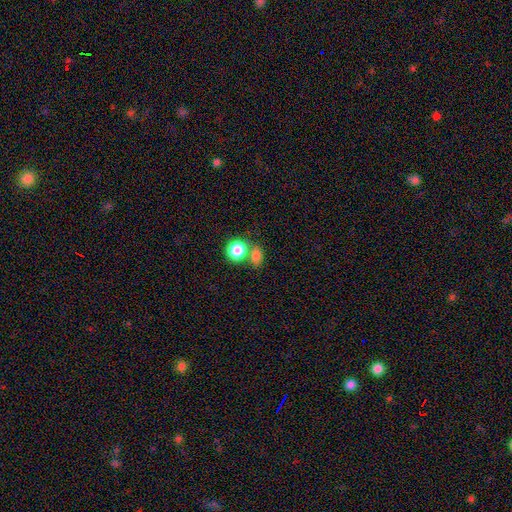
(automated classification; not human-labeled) Morphology: type=smooth (82%); roundness=round (56%); merging=none (45%).